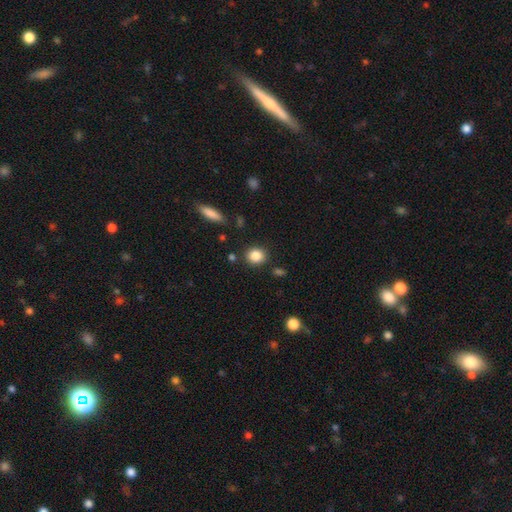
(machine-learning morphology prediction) This is clearly a smooth galaxy (85%). How rounded: likely round (75%). Merging: clearly none (86%).